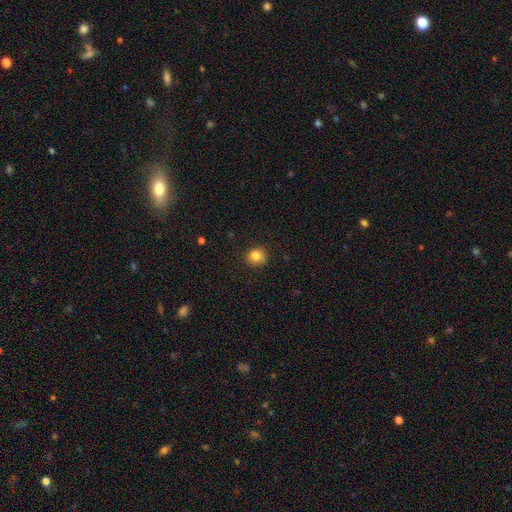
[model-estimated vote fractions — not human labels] Q: Smooth or featured?
A: smooth (83%); runner-up: star or artifact (11%)
Q: How rounded?
A: round (88%); runner-up: in between (11%)
Q: Merging?
A: none (85%); runner-up: minor disturbance (12%)